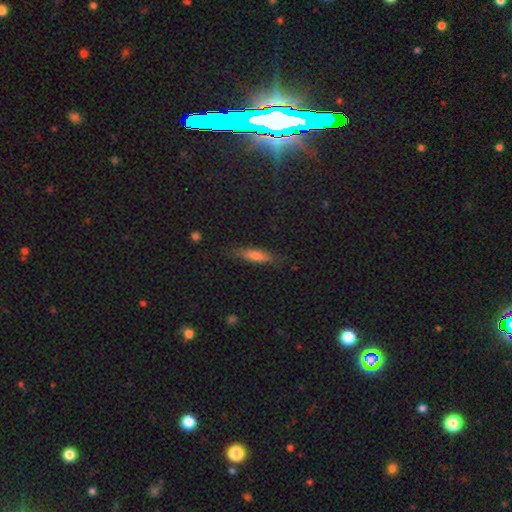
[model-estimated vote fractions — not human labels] A smooth galaxy with no disk features (65%) that is cigar-shaped (72%).

Vote fractions:
- Smooth or featured? smooth: 65% / featured or disk: 25% / star or artifact: 10%
- How rounded? cigar-shaped: 72% / in between: 26% / round: 2%
- Merging? none: 82% / minor disturbance: 14% / major disturbance: 3% / merger: 1%